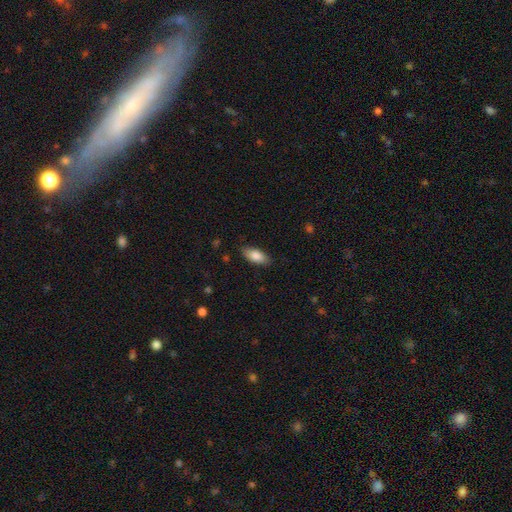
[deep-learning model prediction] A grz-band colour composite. It shows a smooth galaxy with no disk features (83%) that is in between round and cigar-shaped (86%). Merging: none (86%).